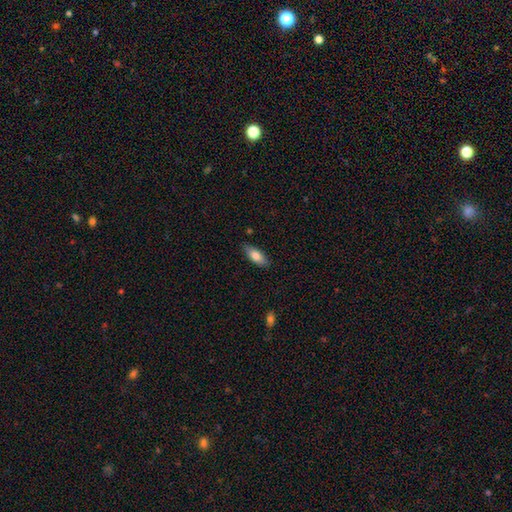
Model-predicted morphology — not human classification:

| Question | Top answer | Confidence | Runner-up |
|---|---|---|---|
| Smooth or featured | smooth | 78% | featured or disk (16%) |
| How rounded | in between | 80% | cigar-shaped (18%) |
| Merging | none | 83% | minor disturbance (14%) |